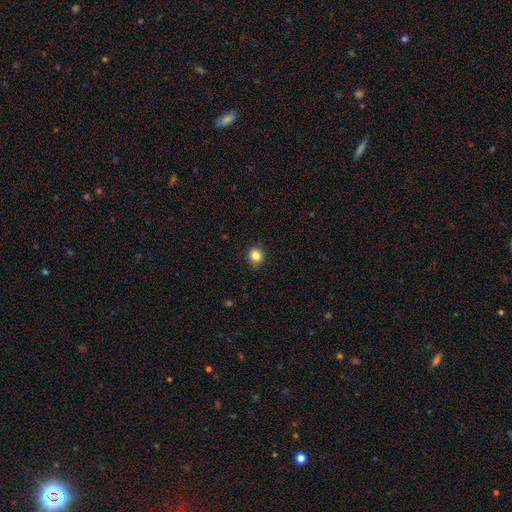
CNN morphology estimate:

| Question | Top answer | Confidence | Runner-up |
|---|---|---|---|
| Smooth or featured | smooth | 84% | star or artifact (11%) |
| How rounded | round | 81% | in between (18%) |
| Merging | none | 88% | minor disturbance (9%) |